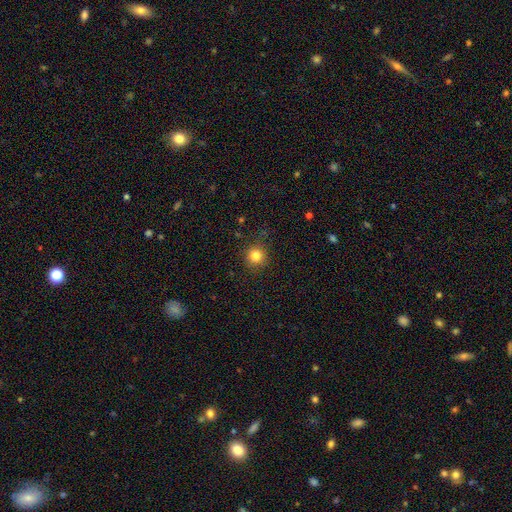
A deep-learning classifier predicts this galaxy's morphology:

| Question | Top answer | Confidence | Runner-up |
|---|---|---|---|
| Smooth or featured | smooth | 83% | star or artifact (12%) |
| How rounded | round | 93% | in between (6%) |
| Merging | none | 86% | minor disturbance (10%) |